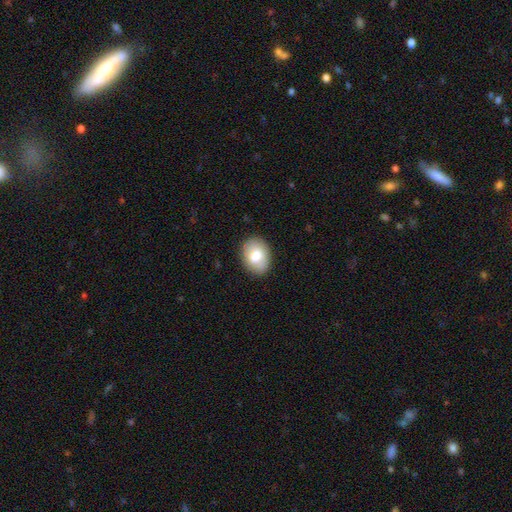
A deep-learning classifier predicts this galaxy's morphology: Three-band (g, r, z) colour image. It shows a smooth galaxy with no disk features (74%) that is in between round and cigar-shaped (69%). Merging: none (84%).